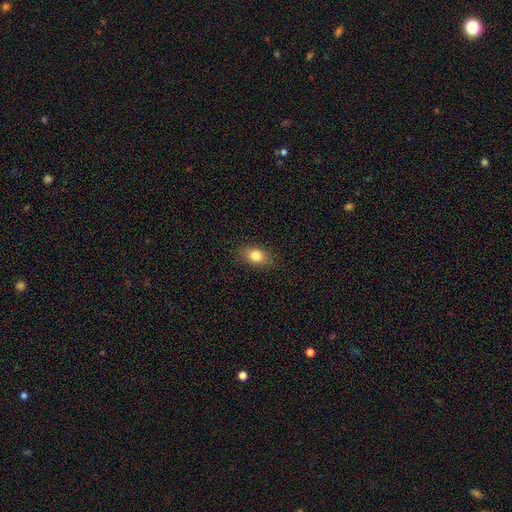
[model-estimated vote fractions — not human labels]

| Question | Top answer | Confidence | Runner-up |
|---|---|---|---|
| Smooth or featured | smooth | 81% | star or artifact (10%) |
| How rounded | in between | 78% | round (19%) |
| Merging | none | 86% | minor disturbance (10%) |